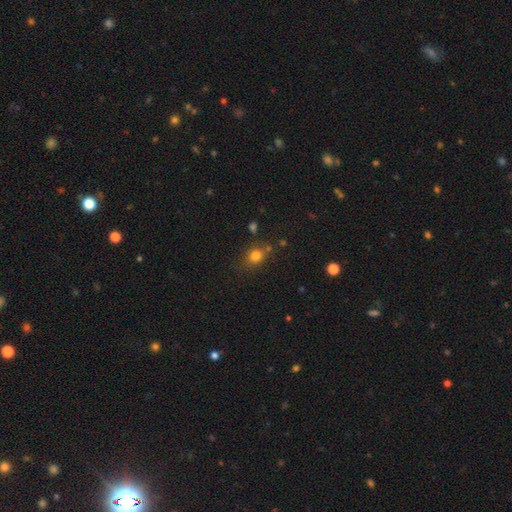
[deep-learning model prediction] smooth-or-featured: smooth: 79% | star or artifact: 14% | featured or disk: 7%
  how-rounded: round: 57% | in between: 42% | cigar-shaped: 1%
  merging: none: 71% | minor disturbance: 17% | merger: 7% | major disturbance: 5%